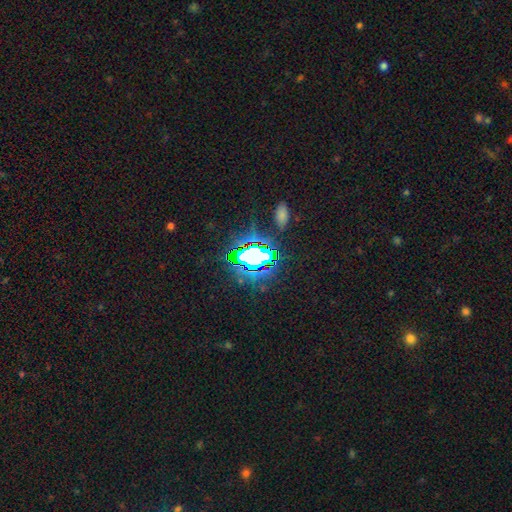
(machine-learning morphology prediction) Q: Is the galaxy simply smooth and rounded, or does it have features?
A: star or artifact — 68%.